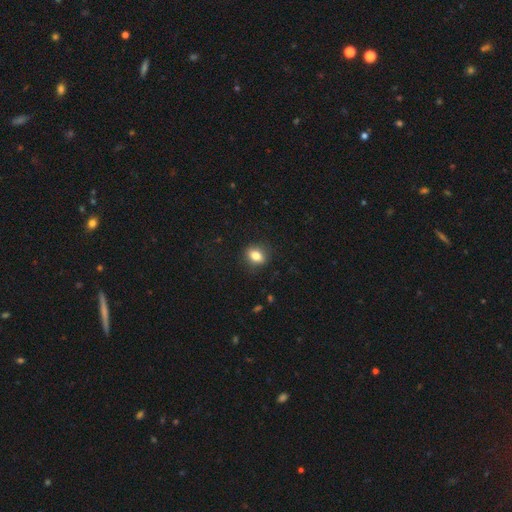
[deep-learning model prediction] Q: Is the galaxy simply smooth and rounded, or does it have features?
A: smooth — 80%.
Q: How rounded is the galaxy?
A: in between — 61%.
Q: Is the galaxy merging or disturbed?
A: none — 86%.